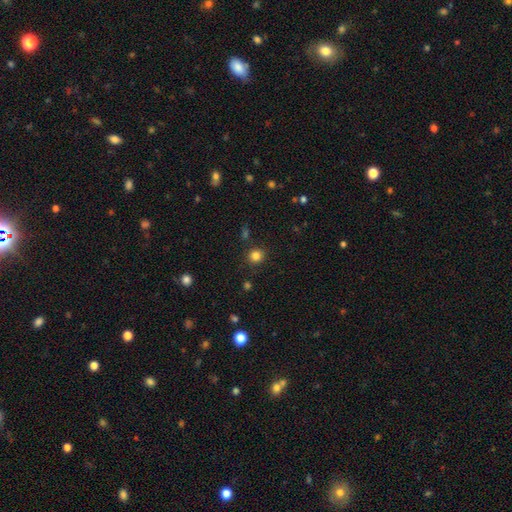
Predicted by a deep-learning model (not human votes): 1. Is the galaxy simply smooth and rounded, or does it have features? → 83% smooth, 13% star or artifact, 4% featured or disk.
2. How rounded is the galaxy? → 89% round, 10% in between, 1% cigar-shaped.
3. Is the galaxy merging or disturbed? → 87% none, 7% minor disturbance, 3% merger, 3% major disturbance.